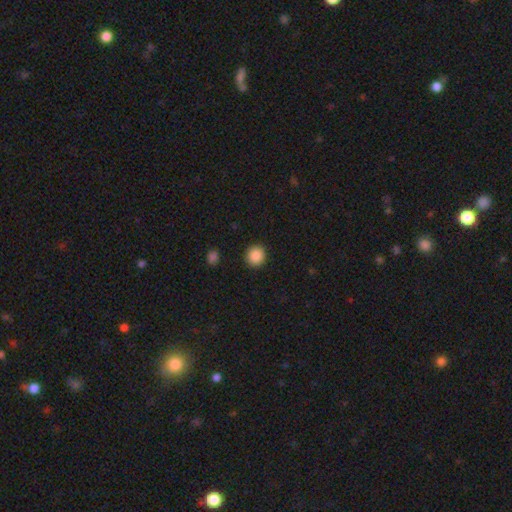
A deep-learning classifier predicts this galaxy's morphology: smooth-or-featured: smooth: 88% | star or artifact: 9% | featured or disk: 3%
  how-rounded: round: 90% | in between: 9% | cigar-shaped: 1%
  merging: none: 92% | minor disturbance: 5% | major disturbance: 2% | merger: 1%